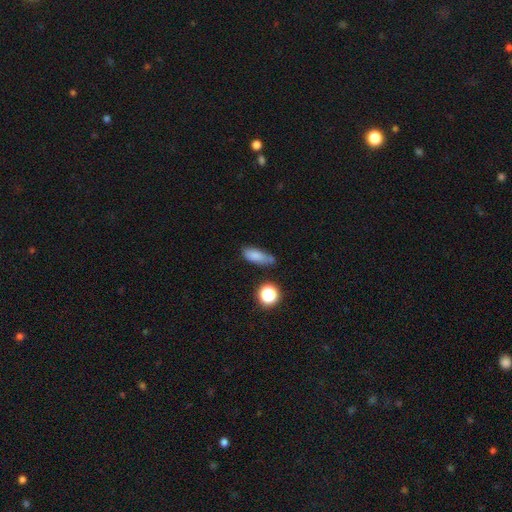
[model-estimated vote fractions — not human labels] The model was most divided on "merging": none: 52%, minor disturbance: 29%, merger: 11%, major disturbance: 9%. More confident: smooth or featured — smooth (78%); how rounded — in between (70%).